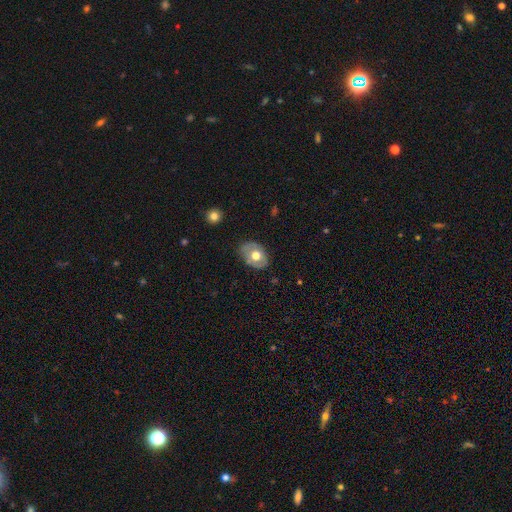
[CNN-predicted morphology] The model was most divided on "smooth or featured": smooth: 52%, featured or disk: 41%, star or artifact: 7%. More confident: merging — none (76%); how rounded — in between (73%).